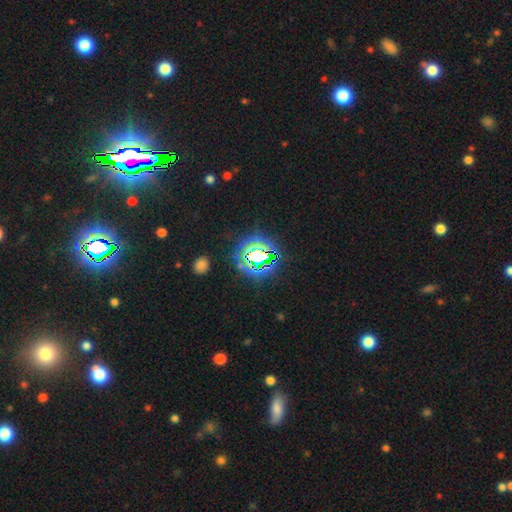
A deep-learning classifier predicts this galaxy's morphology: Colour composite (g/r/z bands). It shows a star or artifact, not a galaxy (80%).